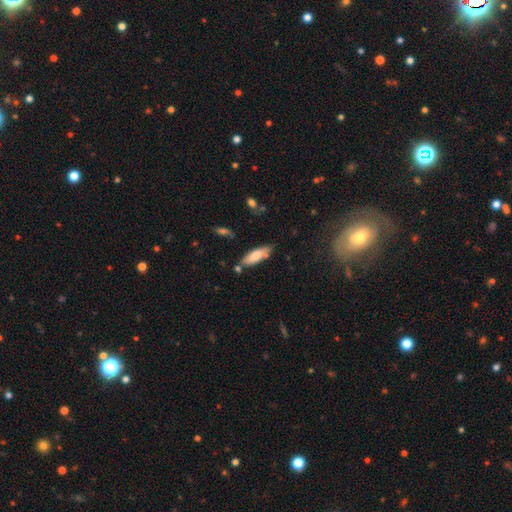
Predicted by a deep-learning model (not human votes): Morphology: type=smooth (76%); roundness=in between (55%); merging=none (69%).